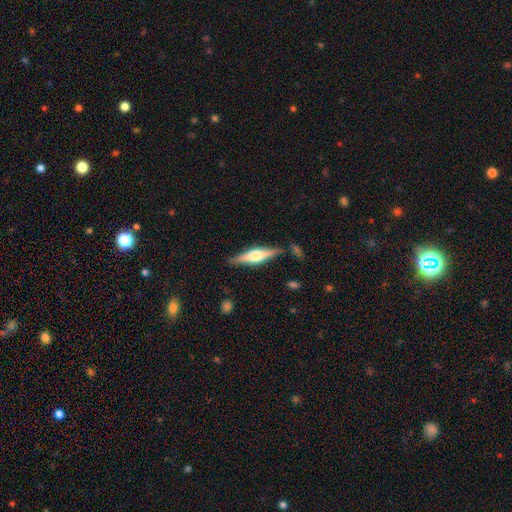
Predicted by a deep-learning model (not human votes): smooth-or-featured: featured or disk: 64% | smooth: 30% | star or artifact: 6%
  disk-edge-on: yes: 96% | no: 4%
    edge-on-bulge: rounded: 88% | boxy: 9% | none: 3%
  merging: none: 84% | minor disturbance: 11% | merger: 3% | major disturbance: 3%